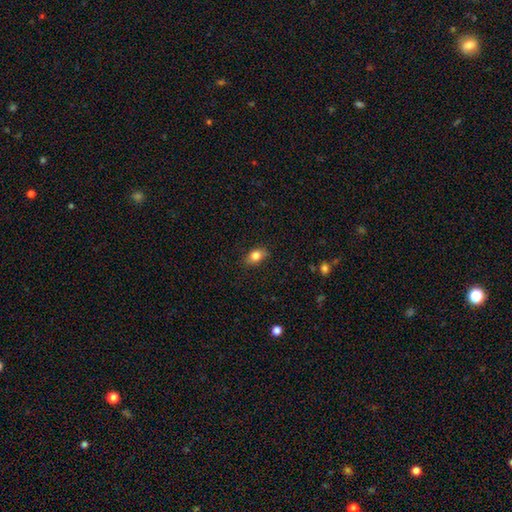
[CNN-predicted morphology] Smooth or featured: smooth — 81% (featured or disk — 11%)
How rounded: in between — 81% (round — 16%)
Merging: none — 84% (minor disturbance — 13%)